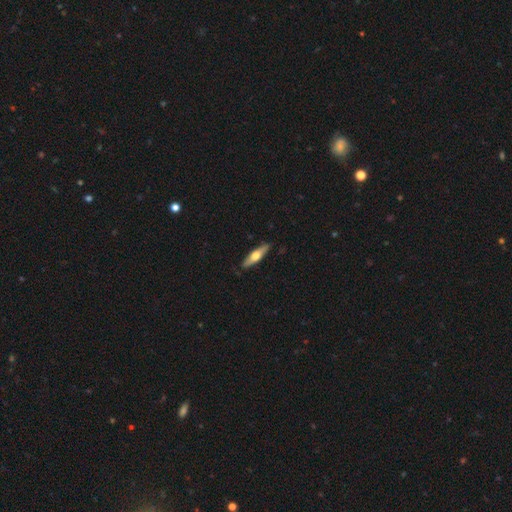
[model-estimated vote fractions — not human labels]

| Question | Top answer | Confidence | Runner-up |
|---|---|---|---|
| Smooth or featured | featured or disk | 50% | smooth (45%) |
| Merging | none | 88% | minor disturbance (9%) |